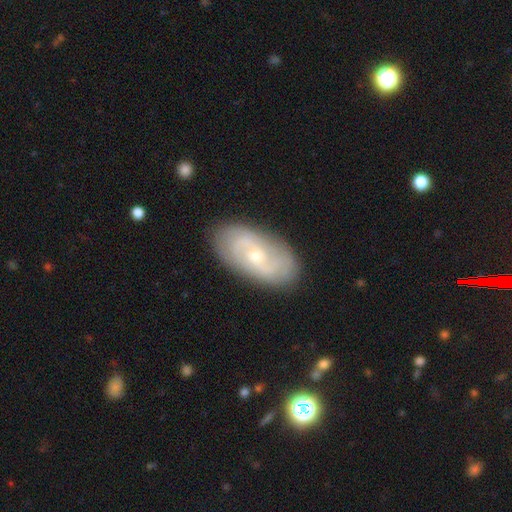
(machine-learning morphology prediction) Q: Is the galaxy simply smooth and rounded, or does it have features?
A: featured or disk — 74%.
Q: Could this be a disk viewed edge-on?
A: no — 95%.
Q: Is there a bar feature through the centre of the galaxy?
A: no — 56%.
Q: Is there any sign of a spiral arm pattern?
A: yes — 88%.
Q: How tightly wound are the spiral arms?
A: tight — 46%.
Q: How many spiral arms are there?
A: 2 — 57%.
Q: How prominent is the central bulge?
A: small — 57%.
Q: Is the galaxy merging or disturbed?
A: none — 84%.